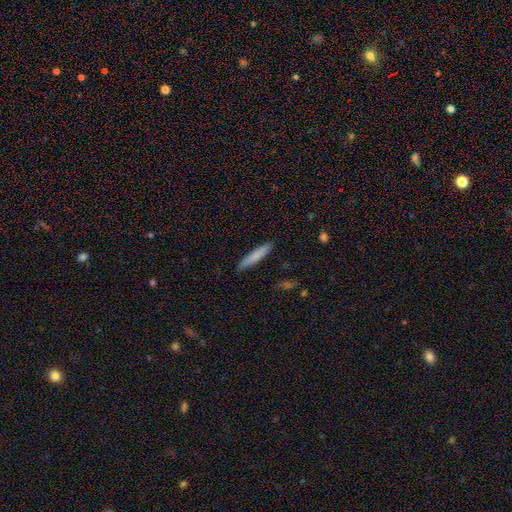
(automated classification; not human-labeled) A smooth galaxy with no disk features (78%) that is cigar-shaped (90%). Merging: none (89%).